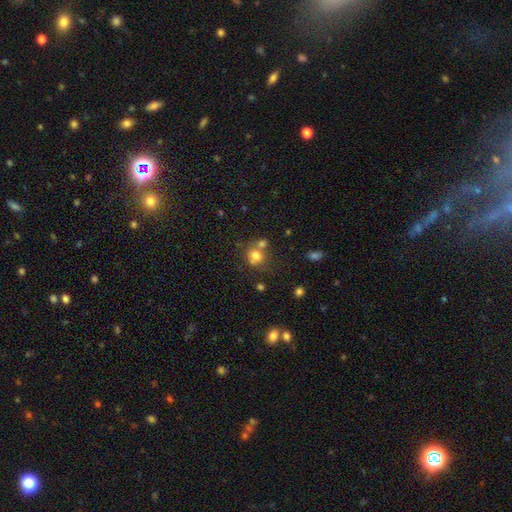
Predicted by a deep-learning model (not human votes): The model was most divided on "merging": none: 50%, merger: 34%, minor disturbance: 11%, major disturbance: 5%. More confident: how rounded — round (80%); smooth or featured — smooth (75%).